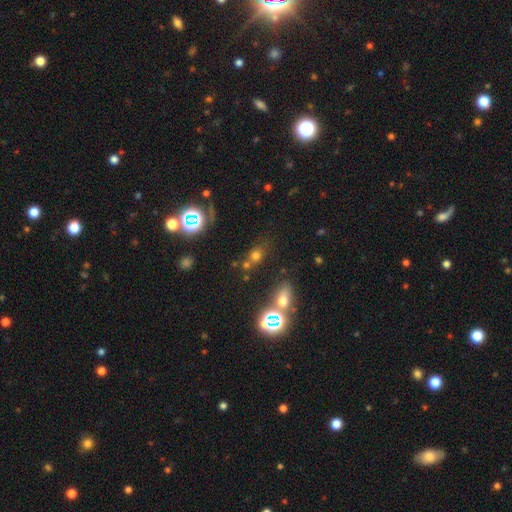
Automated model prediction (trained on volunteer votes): Smooth or featured?
  - smooth: 61% *
  - star or artifact: 29%
  - featured or disk: 11%
How rounded?
  - round: 58% *
  - in between: 39%
  - cigar-shaped: 3%
Merging?
  - none: 58% *
  - merger: 22%
  - minor disturbance: 14%
  - major disturbance: 7%